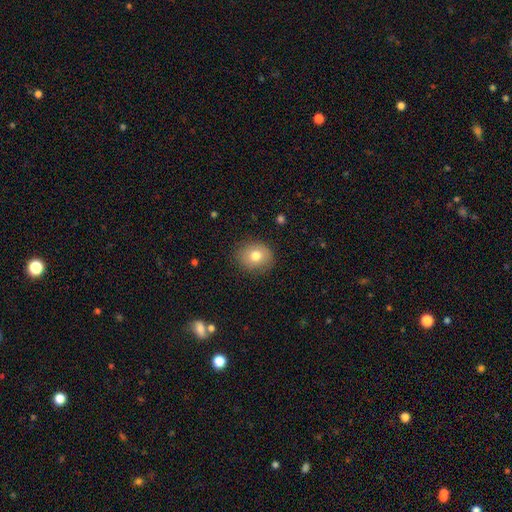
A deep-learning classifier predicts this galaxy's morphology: smooth_or_featured: smooth (p=0.77) [alt: featured or disk p=0.13]
how_rounded: round (p=0.69) [alt: in between p=0.30]
merging: none (p=0.86) [alt: minor disturbance p=0.10]